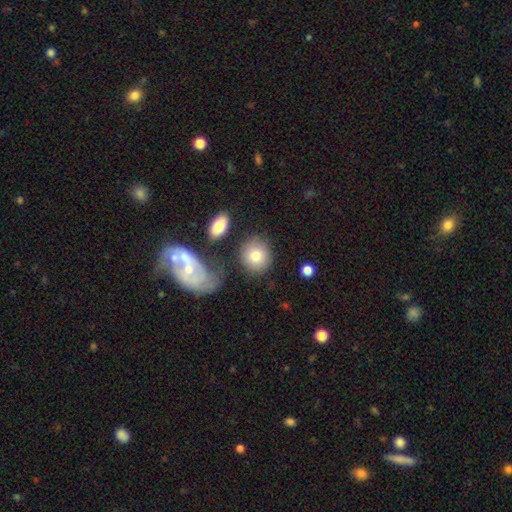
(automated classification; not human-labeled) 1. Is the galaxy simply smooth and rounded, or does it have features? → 79% smooth, 13% featured or disk, 8% star or artifact.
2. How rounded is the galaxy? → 77% round, 22% in between, 1% cigar-shaped.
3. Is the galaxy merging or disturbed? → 71% none, 13% minor disturbance, 9% merger, 7% major disturbance.